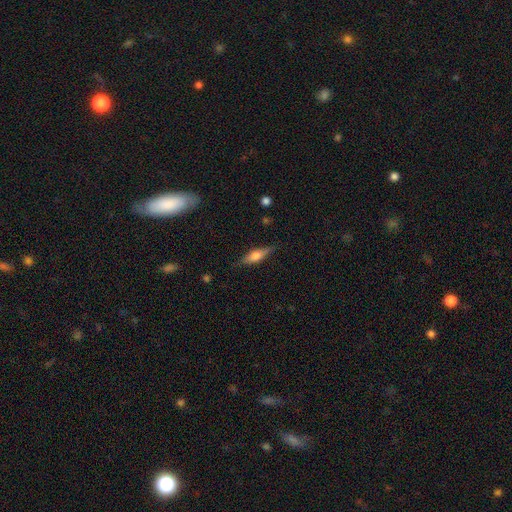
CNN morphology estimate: A featured or disk galaxy (51%) viewed edge-on (94%). Merging: none (84%).